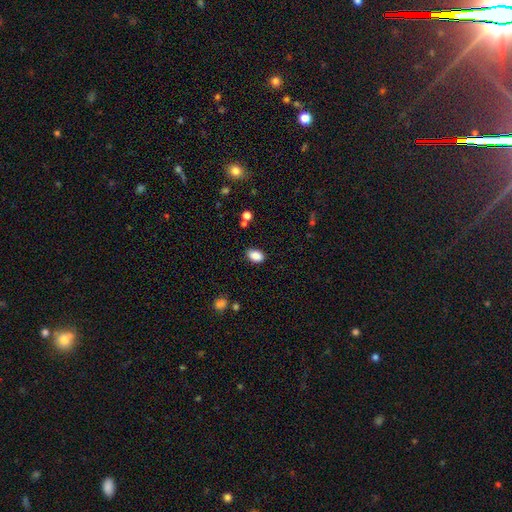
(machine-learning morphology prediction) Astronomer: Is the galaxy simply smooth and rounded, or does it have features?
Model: smooth — 88%.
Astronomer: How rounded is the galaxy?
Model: in between — 87%.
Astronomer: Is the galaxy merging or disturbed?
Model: none — 85%.